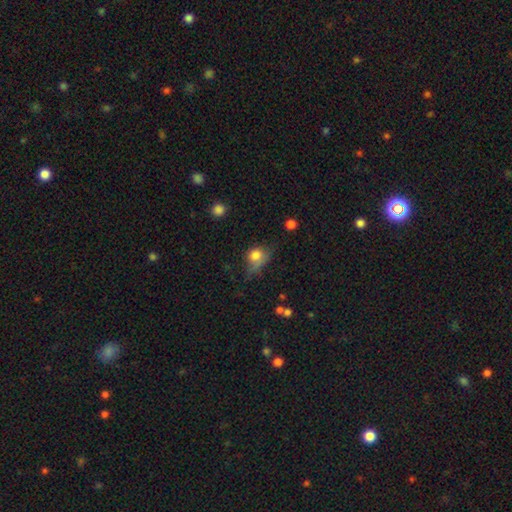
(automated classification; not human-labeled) Smooth or featured? smooth (76%)
How rounded? round (56%)
Merging? none (35%)